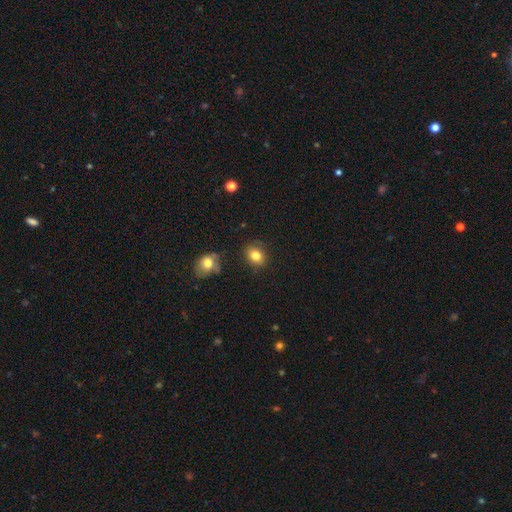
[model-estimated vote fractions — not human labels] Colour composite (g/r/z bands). It shows a smooth galaxy with no disk features (82%) that is round (52%). Merging: none (80%).